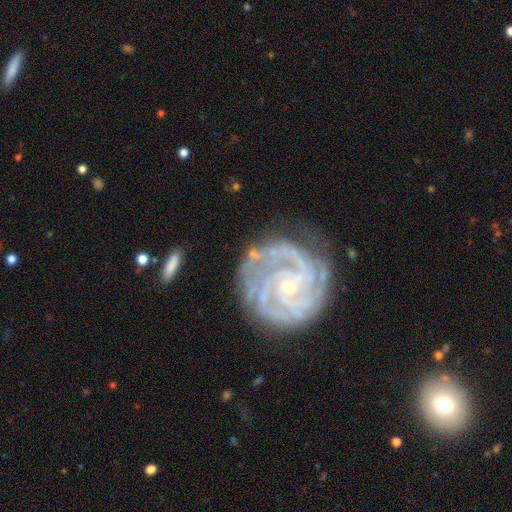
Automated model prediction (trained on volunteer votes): A featured or disk galaxy (86%) with no bar (57%), 3 (27%) tight (65%) spiral arms (97%) and a small central bulge (70%).

Vote fractions:
- Smooth or featured? featured or disk: 86% / star or artifact: 7% / smooth: 7%
- Edge-on disk? no: 98% / yes: 2%
- Bar? no: 57% / weak: 30% / strong: 13%
- Spiral arms? yes: 97% / no: 3%
- Spiral winding? tight: 65% / medium: 30% / loose: 5%
- Spiral arm count? 3: 27% / 2: 24% / can't tell: 18% / 4: 16% / more than 4: 8% / 1: 7%
- Bulge size? small: 70% / moderate: 22% / none: 5% / large: 2% / dominant: 1%
- Merging? none: 63% / minor disturbance: 19% / major disturbance: 12% / merger: 6%